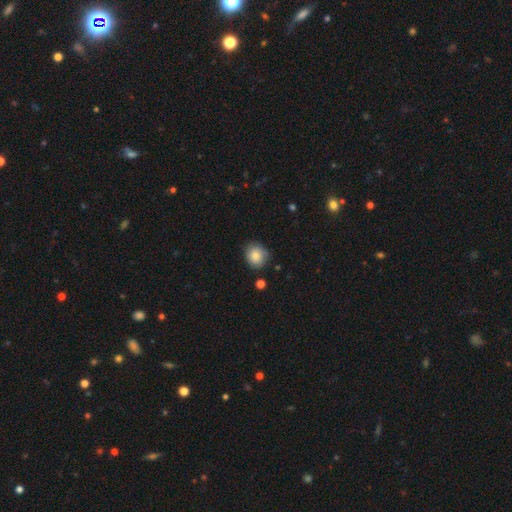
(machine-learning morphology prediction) Q: Smooth or featured?
A: smooth (81%); runner-up: featured or disk (11%)
Q: How rounded?
A: round (75%); runner-up: in between (24%)
Q: Merging?
A: none (77%); runner-up: minor disturbance (17%)